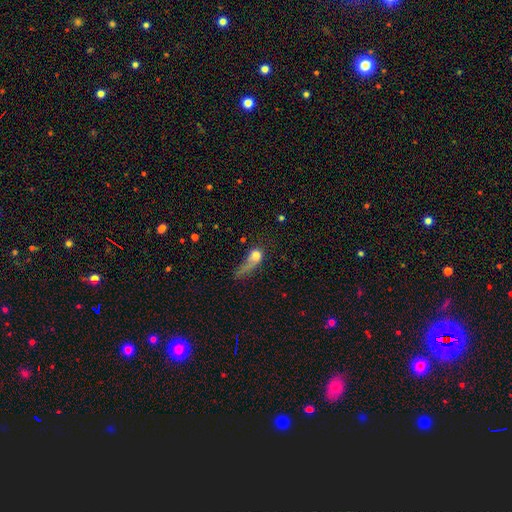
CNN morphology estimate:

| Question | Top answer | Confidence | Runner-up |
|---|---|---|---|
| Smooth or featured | smooth | 64% | featured or disk (25%) |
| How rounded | in between | 48% | round (37%) |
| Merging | major disturbance | 53% | none (18%) |